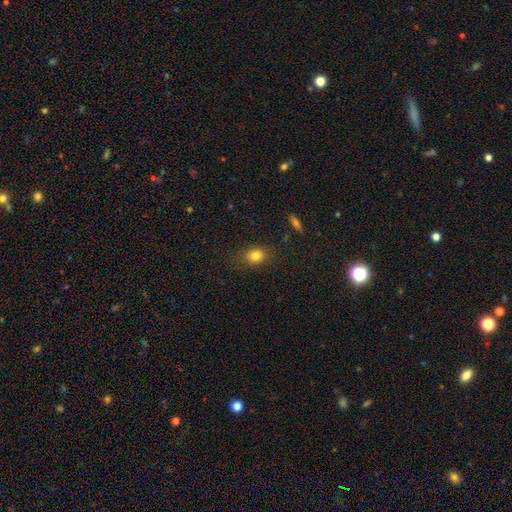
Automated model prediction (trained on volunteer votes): Smooth or featured: smooth — 81% (star or artifact — 12%)
How rounded: in between — 50% (round — 48%)
Merging: none — 80% (minor disturbance — 14%)